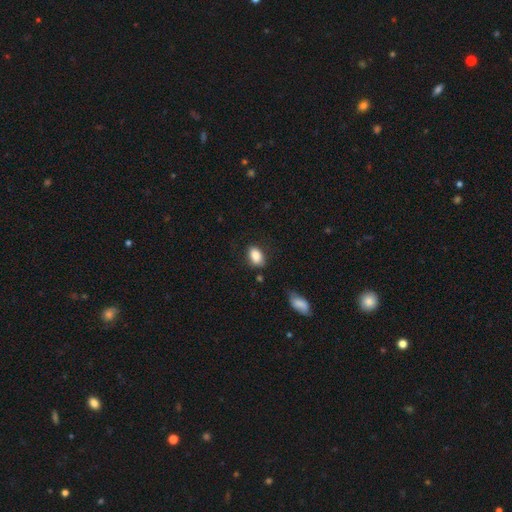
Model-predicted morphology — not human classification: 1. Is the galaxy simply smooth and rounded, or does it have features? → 87% smooth, 8% star or artifact, 5% featured or disk.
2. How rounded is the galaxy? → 90% in between, 9% round, 2% cigar-shaped.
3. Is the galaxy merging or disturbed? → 77% none, 16% minor disturbance, 4% major disturbance, 2% merger.